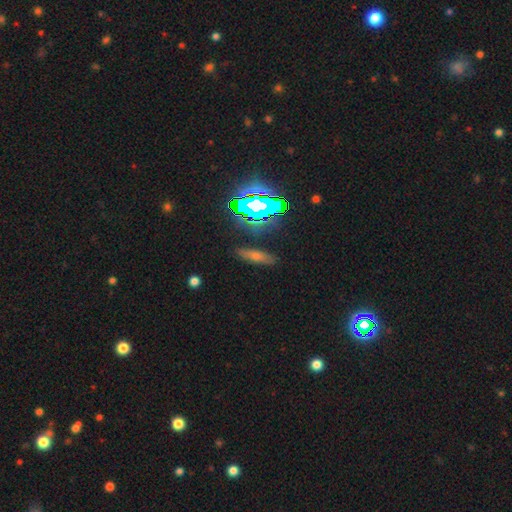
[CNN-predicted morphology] Smooth or featured: smooth — 43% (star or artifact — 30%)
Merging: none — 86% (minor disturbance — 9%)